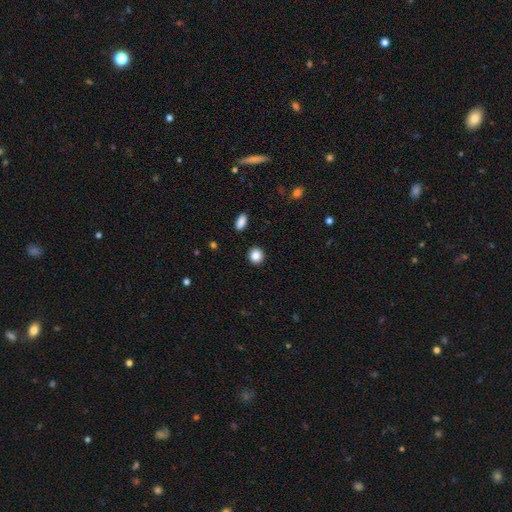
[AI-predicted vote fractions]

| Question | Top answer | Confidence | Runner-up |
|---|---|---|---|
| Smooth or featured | smooth | 86% | star or artifact (10%) |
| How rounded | round | 87% | in between (12%) |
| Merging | none | 91% | minor disturbance (5%) |